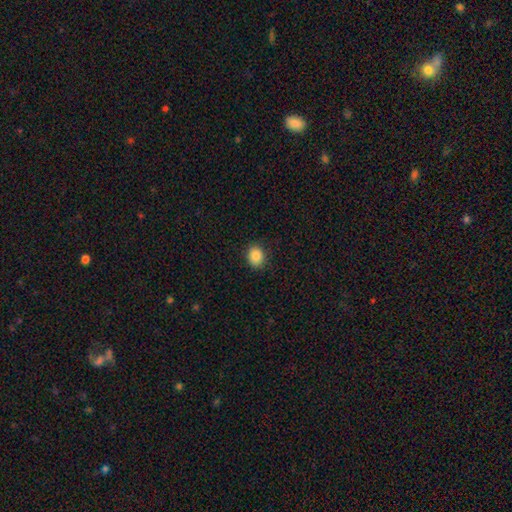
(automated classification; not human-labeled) smooth-or-featured: smooth: 87% | star or artifact: 9% | featured or disk: 4%
  how-rounded: round: 56% | in between: 43% | cigar-shaped: 1%
  merging: none: 86% | minor disturbance: 10% | major disturbance: 3% | merger: 1%